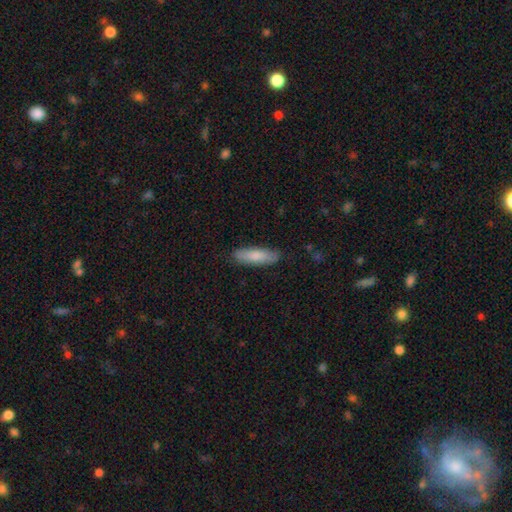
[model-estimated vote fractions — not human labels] Smooth or featured? Predicted: smooth (p=0.80). How rounded? Predicted: cigar-shaped (p=0.63). Merging? Predicted: none (p=0.87).